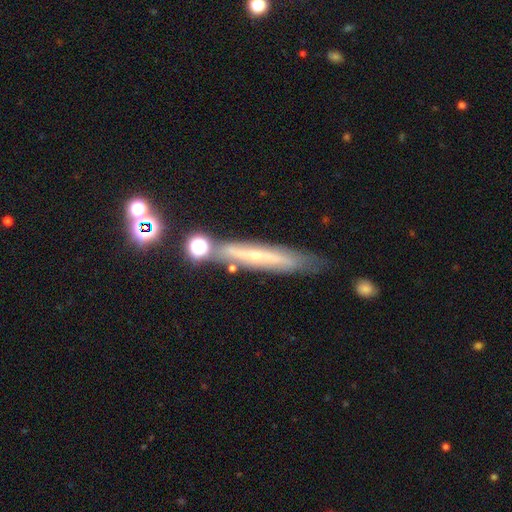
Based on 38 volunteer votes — smooth-or-featured: featured or disk: 68% | smooth: 21% | star or artifact: 11%
  disk-edge-on: yes: 73% | no: 27%
    edge-on-bulge: rounded: 68% | none: 26% | boxy: 5%
  merging: none: 65% | merger: 18% | minor disturbance: 12% | major disturbance: 6%